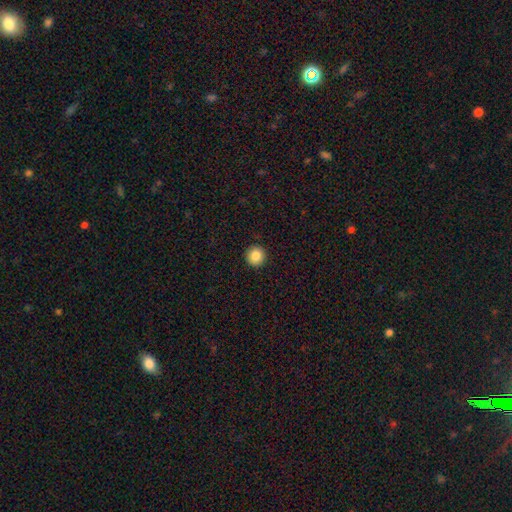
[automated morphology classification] This is clearly a smooth galaxy (86%). How rounded: clearly round (96%). Merging: clearly none (94%).